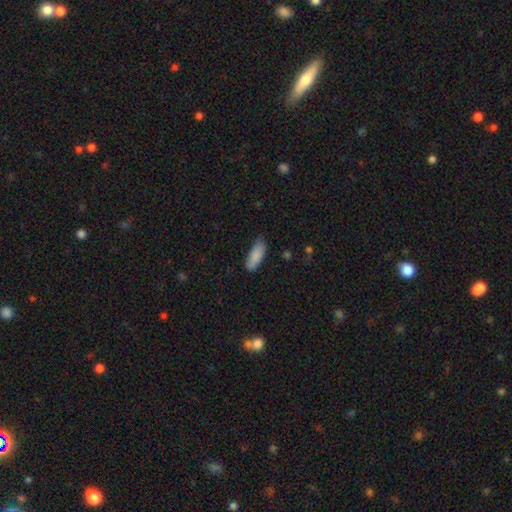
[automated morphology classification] A smooth galaxy with no disk features (87%) that is in between round and cigar-shaped (70%).

Vote fractions:
- Smooth or featured? smooth: 87% / featured or disk: 7% / star or artifact: 6%
- How rounded? in between: 70% / cigar-shaped: 29% / round: 2%
- Merging? none: 72% / minor disturbance: 22% / major disturbance: 4% / merger: 2%